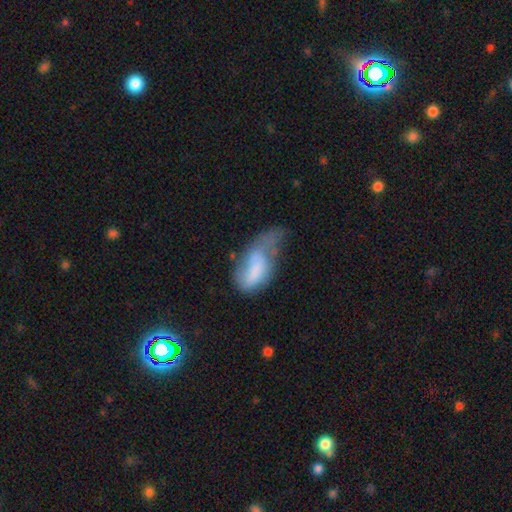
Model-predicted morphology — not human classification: Smooth or featured? Predicted: smooth (p=0.62). How rounded? Predicted: in between (p=0.88). Merging? Predicted: major disturbance (p=0.47).